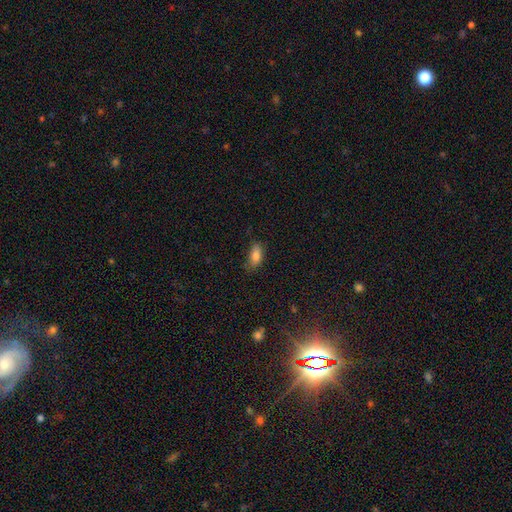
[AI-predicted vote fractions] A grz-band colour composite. It shows a smooth galaxy with no disk features (83%) that is in between round and cigar-shaped (87%). Merging: none (74%).